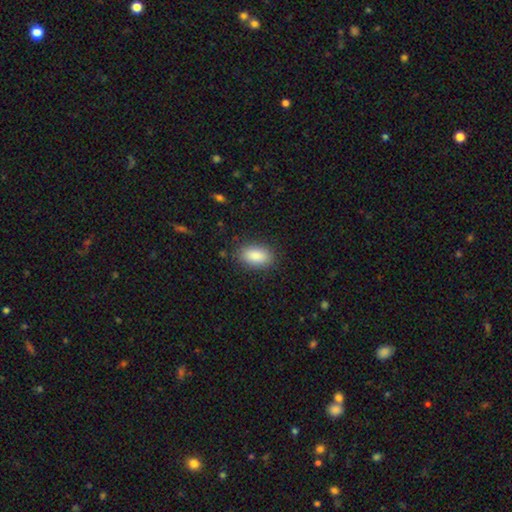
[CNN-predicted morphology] smooth 89%, star or artifact 7%, featured or disk 5%. Down the decision tree: how rounded — in between (92%); merging — none (86%).